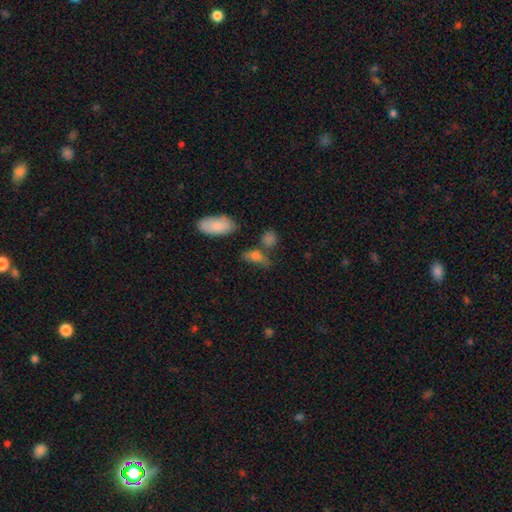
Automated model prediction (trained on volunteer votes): Smooth or featured? smooth (74%)
How rounded? in between (71%)
Merging? none (51%)